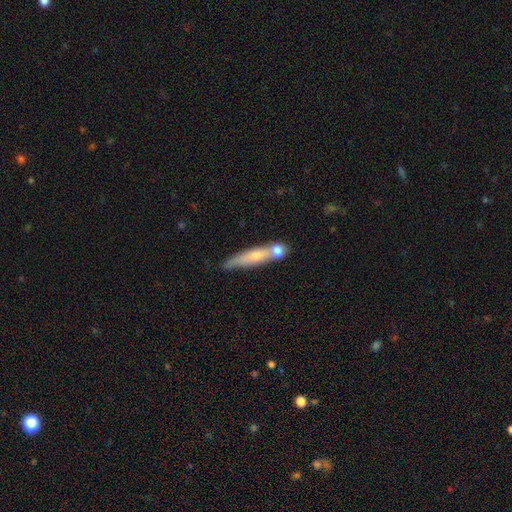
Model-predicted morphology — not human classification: type=smooth (55%); roundness=cigar-shaped (83%); merging=none (51%).